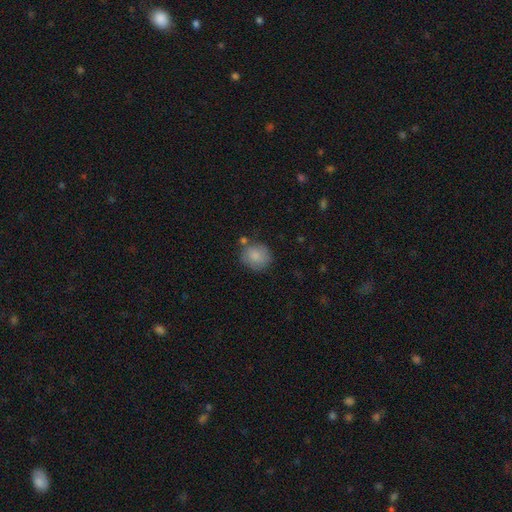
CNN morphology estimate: Overall: smooth (84%). How rounded: round (82%). Merging: none (70%).